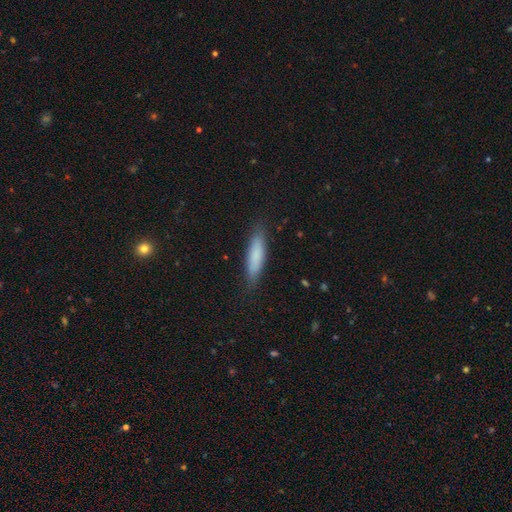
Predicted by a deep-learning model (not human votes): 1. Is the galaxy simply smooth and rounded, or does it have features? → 81% smooth, 13% featured or disk, 6% star or artifact.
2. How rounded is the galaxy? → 73% cigar-shaped, 25% in between, 1% round.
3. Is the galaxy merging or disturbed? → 84% none, 12% minor disturbance, 3% major disturbance, 1% merger.